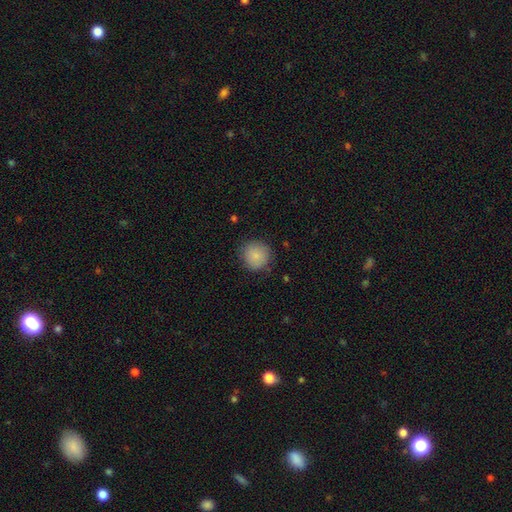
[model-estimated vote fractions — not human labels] The model was most divided on "merging": none: 83%, minor disturbance: 12%, major disturbance: 3%, merger: 1%. More confident: how rounded — round (92%); smooth or featured — smooth (86%).